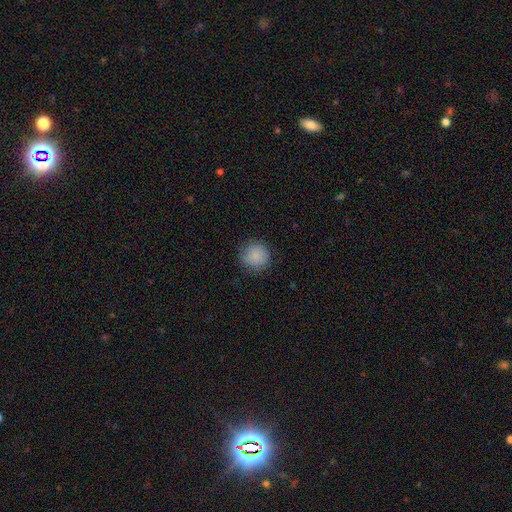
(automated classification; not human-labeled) Morphology: type=smooth (87%); roundness=round (93%); merging=none (86%).